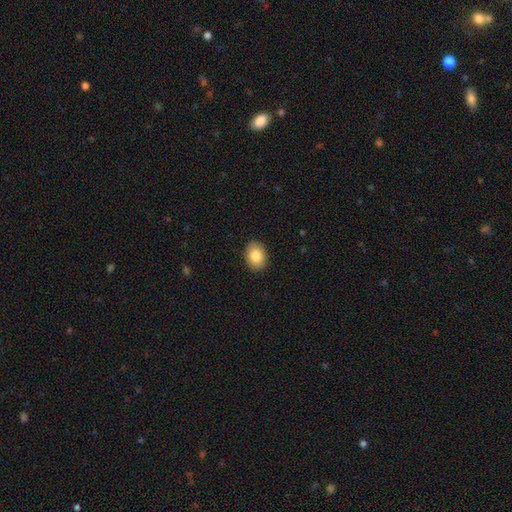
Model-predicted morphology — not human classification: Q: Smooth or featured?
A: smooth (86%); runner-up: star or artifact (7%)
Q: How rounded?
A: in between (71%); runner-up: round (28%)
Q: Merging?
A: none (90%); runner-up: minor disturbance (7%)